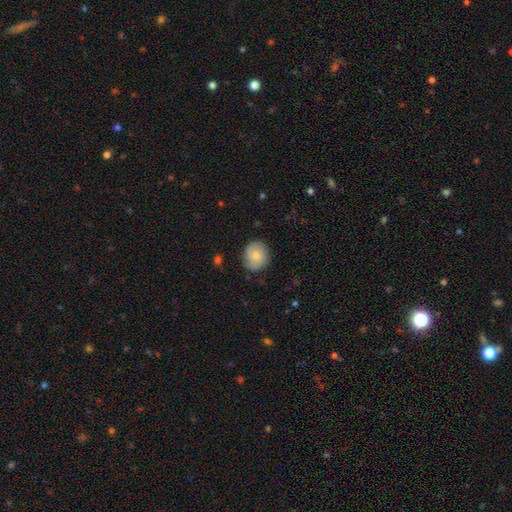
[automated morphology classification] smooth-or-featured: smooth: 66% | featured or disk: 27% | star or artifact: 7%
  how-rounded: round: 84% | in between: 15% | cigar-shaped: 1%
  merging: none: 78% | minor disturbance: 17% | major disturbance: 4% | merger: 1%